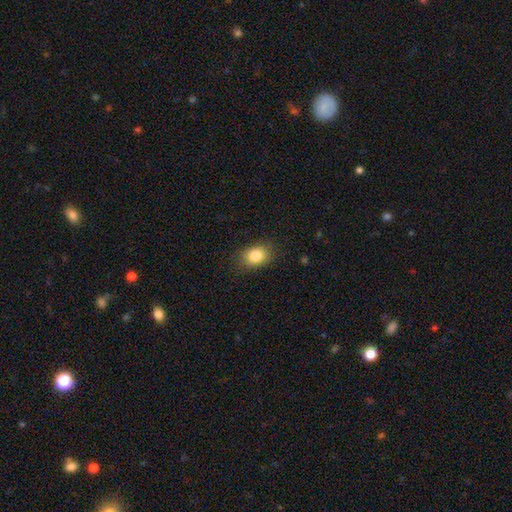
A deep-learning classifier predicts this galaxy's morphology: A smooth galaxy with no disk features (85%) that is in between round and cigar-shaped (73%). Merging: none (83%).